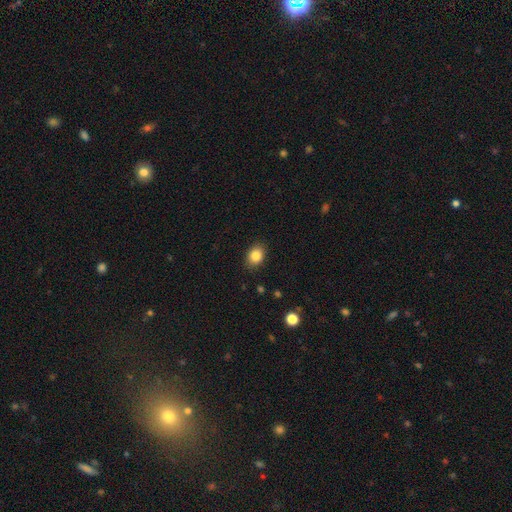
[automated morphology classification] Smooth or featured?
  - smooth: 85% *
  - star or artifact: 10%
  - featured or disk: 6%
How rounded?
  - in between: 59% *
  - round: 40%
  - cigar-shaped: 1%
Merging?
  - none: 88% *
  - minor disturbance: 9%
  - major disturbance: 2%
  - merger: 1%